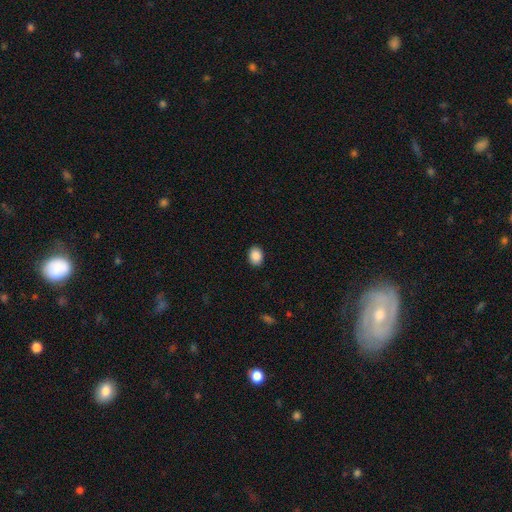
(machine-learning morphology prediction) Smooth or featured? Predicted: smooth (p=0.89). How rounded? Predicted: in between (p=0.67). Merging? Predicted: none (p=0.90).